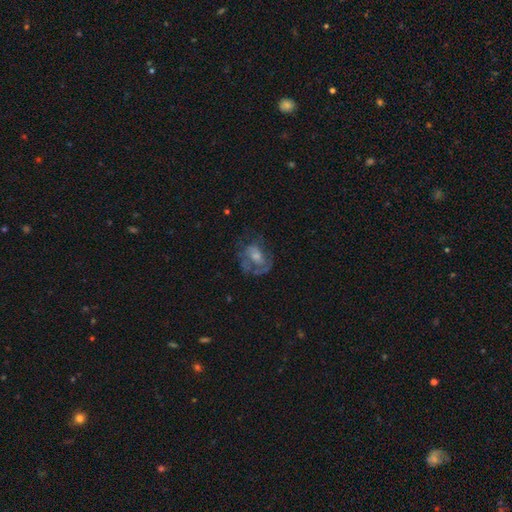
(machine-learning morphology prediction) featured or disk 62%, smooth 24%, star or artifact 13%. Down the decision tree: edge-on disk — no (96%); bar — no (67%); spiral arms — yes (61%); bulge size — moderate (47%); merging — none (54%).